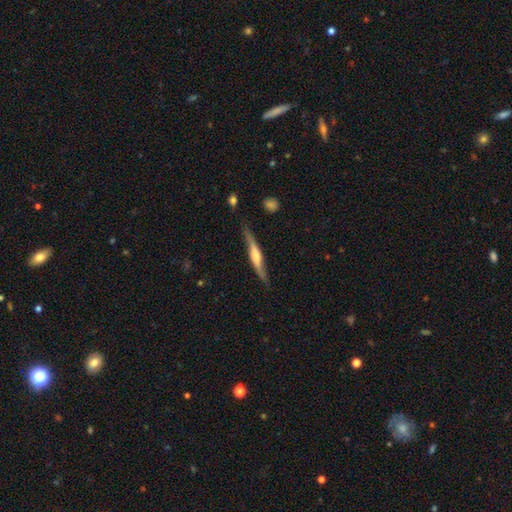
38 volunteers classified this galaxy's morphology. type=featured or disk (79%); edge-on=yes (90%); edge-on bulge=rounded (59%); merging=none (84%).